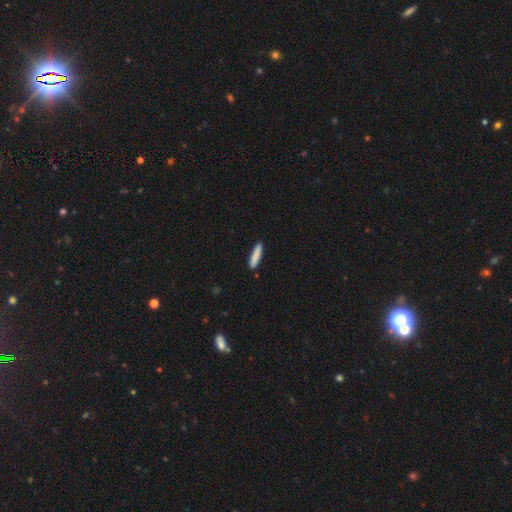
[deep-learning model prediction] smooth_or_featured: smooth (p=0.87) [alt: featured or disk p=0.07]
how_rounded: cigar-shaped (p=0.87) [alt: in between p=0.11]
merging: none (p=0.90) [alt: minor disturbance p=0.08]